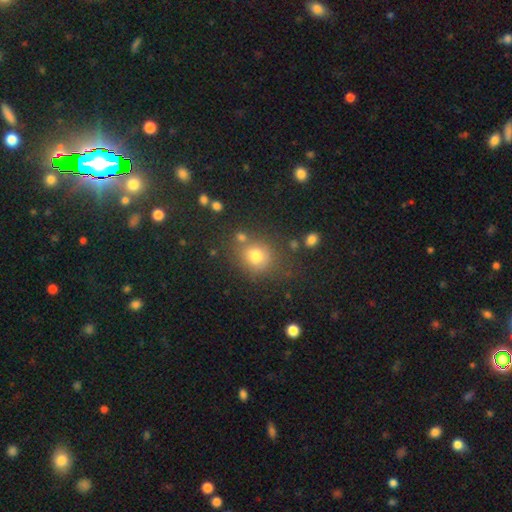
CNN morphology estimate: A smooth galaxy with no disk features (76%) that is round (81%).

Vote fractions:
- Smooth or featured? smooth: 76% / star or artifact: 16% / featured or disk: 8%
- How rounded? round: 81% / in between: 18% / cigar-shaped: 1%
- Merging? none: 69% / minor disturbance: 13% / merger: 12% / major disturbance: 6%